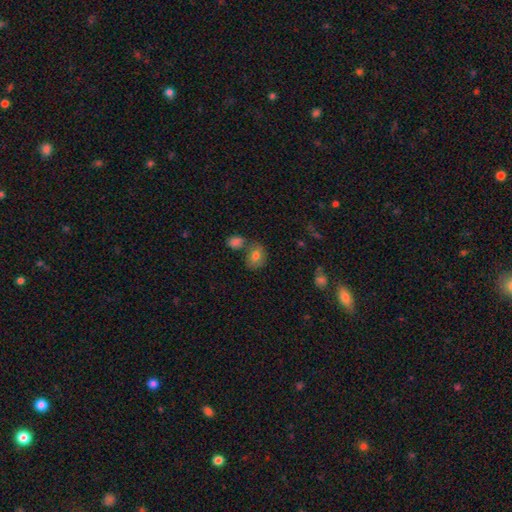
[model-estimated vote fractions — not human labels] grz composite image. It shows a smooth galaxy with no disk features (48%). Merging: none (59%).